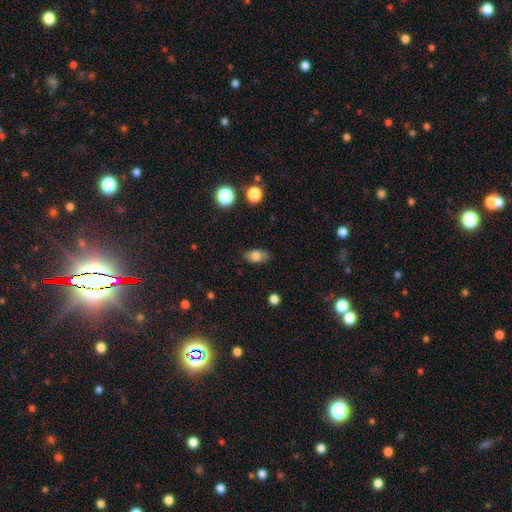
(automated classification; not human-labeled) The model was most divided on "smooth or featured": smooth: 79%, featured or disk: 12%, star or artifact: 9%. More confident: how rounded — in between (89%); merging — none (83%).